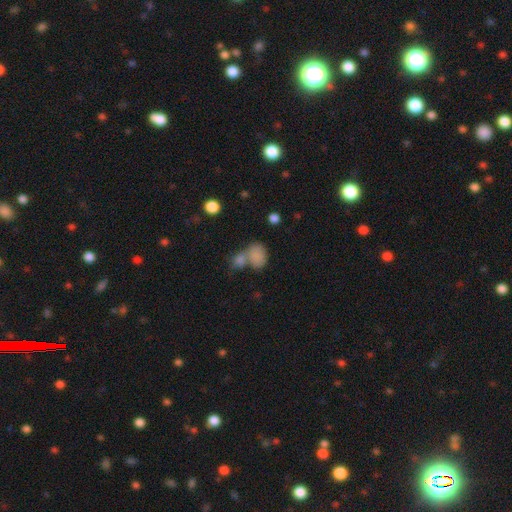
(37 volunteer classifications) Smooth or featured: smooth — 89% (featured or disk — 8%)
How rounded: in between — 85% (round — 15%)
Merging: none — 50% (merger — 42%)